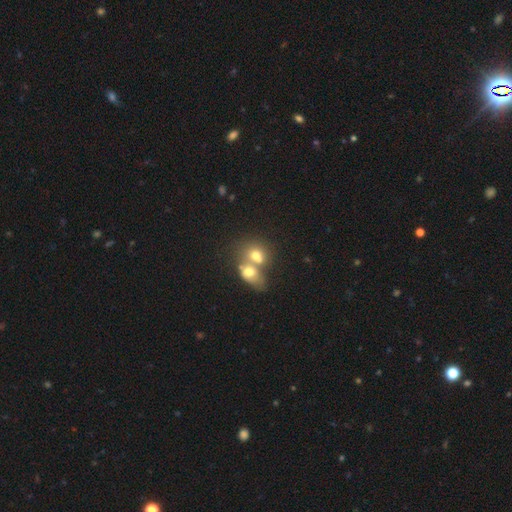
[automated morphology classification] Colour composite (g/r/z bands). It shows a smooth galaxy with no disk features (66%) that is round (54%). Merging: merger (72%).